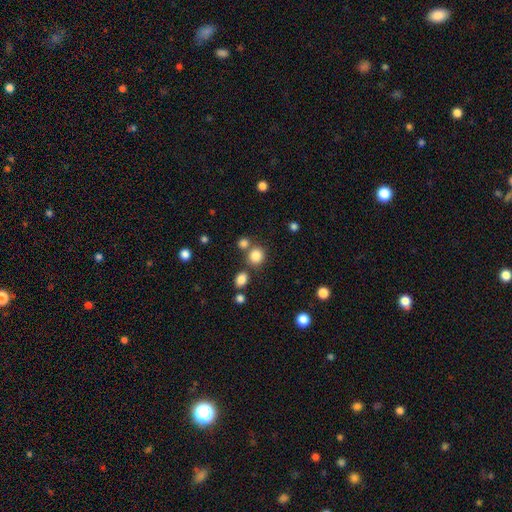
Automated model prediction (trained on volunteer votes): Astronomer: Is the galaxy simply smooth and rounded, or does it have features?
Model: smooth — 83%.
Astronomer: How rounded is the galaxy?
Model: round — 83%.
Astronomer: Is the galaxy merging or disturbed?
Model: none — 69%.